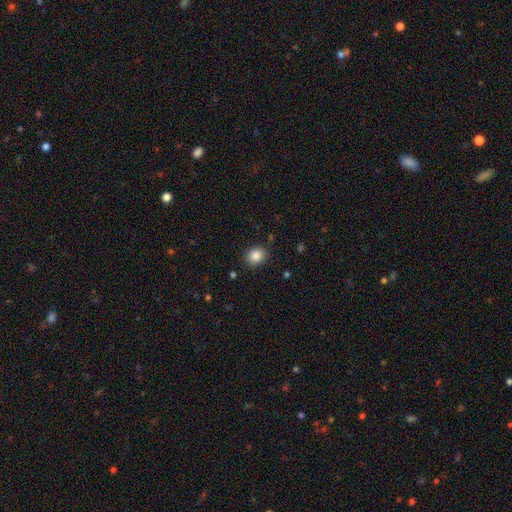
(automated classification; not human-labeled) Overall: smooth (86%). How rounded: round (64%; in between 36%). Merging: none (87%).